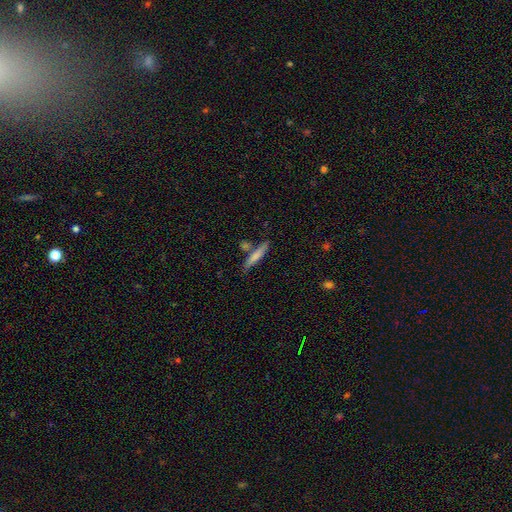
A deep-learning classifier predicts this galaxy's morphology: This is likely a smooth galaxy (70%). How rounded: clearly cigar-shaped (90%). Merging: likely none (75%).